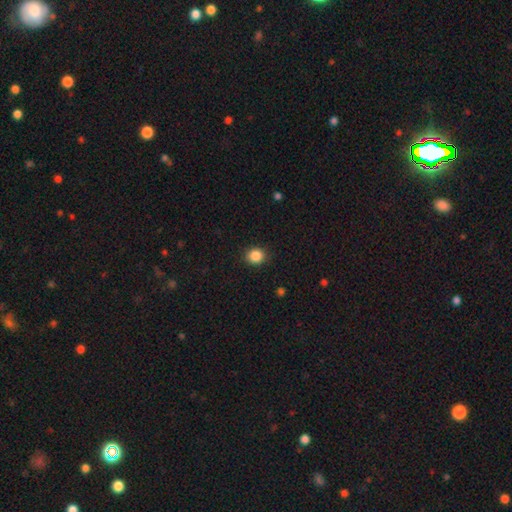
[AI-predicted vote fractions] This appears to be a smooth galaxy with no disk features (87%) that is round (82%). Merging: none (90%).